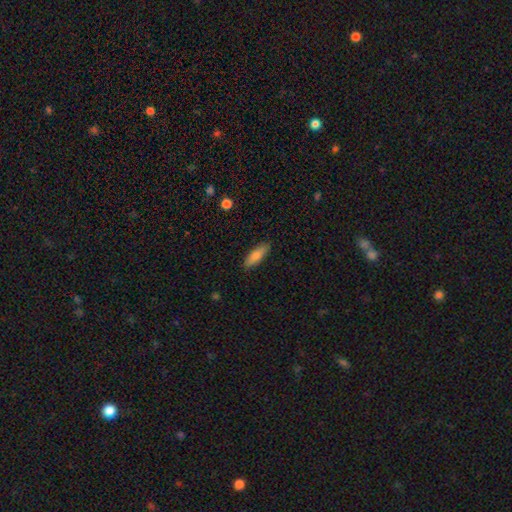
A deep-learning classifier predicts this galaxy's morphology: Smooth or featured?
  - smooth: 78% *
  - featured or disk: 16%
  - star or artifact: 6%
How rounded?
  - cigar-shaped: 53% *
  - in between: 45%
  - round: 2%
Merging?
  - none: 87% *
  - minor disturbance: 10%
  - major disturbance: 2%
  - merger: 1%